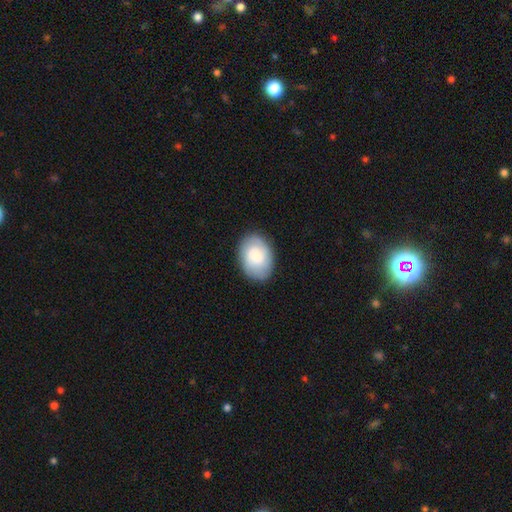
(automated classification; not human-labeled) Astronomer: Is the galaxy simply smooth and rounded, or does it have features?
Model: smooth — 69%.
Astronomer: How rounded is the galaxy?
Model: in between — 76%.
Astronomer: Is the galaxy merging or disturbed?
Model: none — 84%.